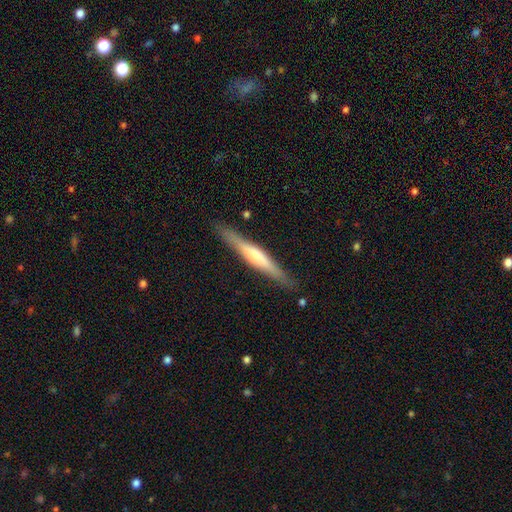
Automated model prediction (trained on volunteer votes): Smooth or featured? featured or disk (57%)
Edge-on disk? yes (95%)
Edge-on bulge? rounded (68%)
Merging? none (87%)